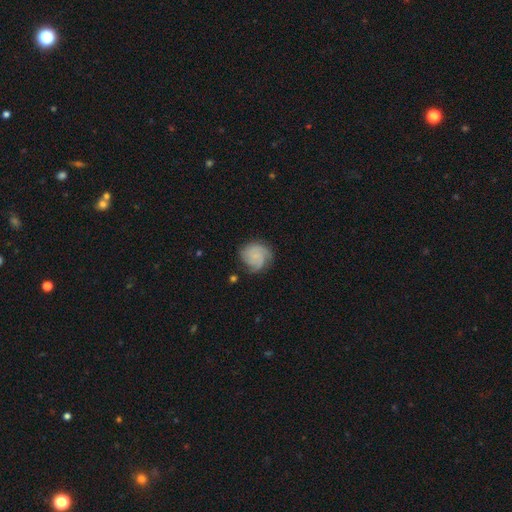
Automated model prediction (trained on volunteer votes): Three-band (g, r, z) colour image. It shows a featured or disk galaxy (58%) with no bar (75%), 3 (36%) tight (55%) spiral arms (92%) and a small central bulge (47%). Merging: none (69%).